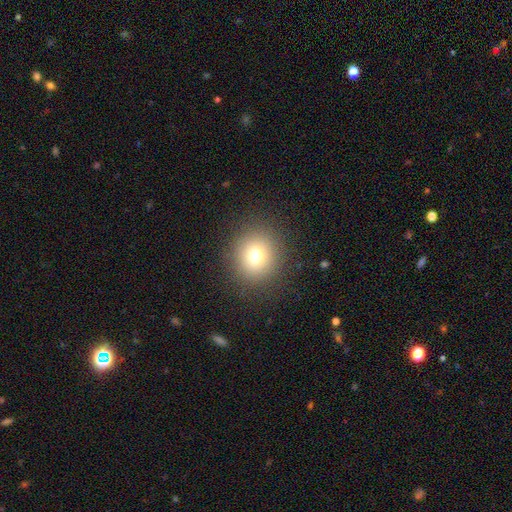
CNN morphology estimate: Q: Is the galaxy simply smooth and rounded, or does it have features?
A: smooth — 74%.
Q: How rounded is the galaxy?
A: round — 90%.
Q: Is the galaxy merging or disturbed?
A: none — 89%.